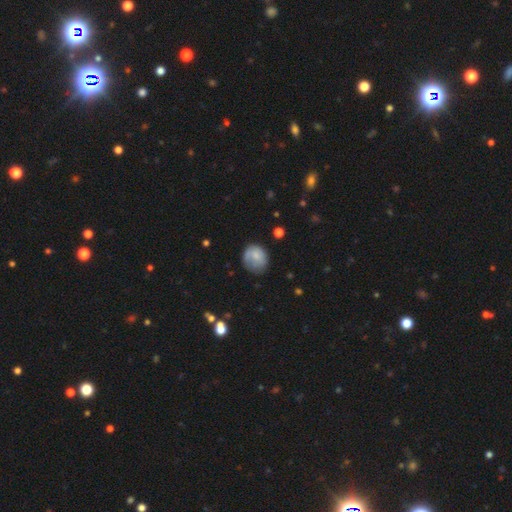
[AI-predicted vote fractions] smooth-or-featured: smooth: 70% | featured or disk: 22% | star or artifact: 8%
  how-rounded: round: 73% | in between: 26% | cigar-shaped: 1%
  merging: none: 56% | minor disturbance: 28% | major disturbance: 14% | merger: 2%